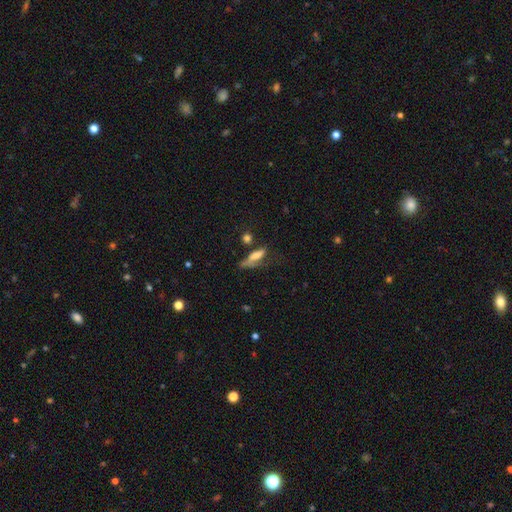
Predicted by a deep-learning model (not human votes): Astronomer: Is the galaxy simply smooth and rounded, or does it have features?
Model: smooth — 64%.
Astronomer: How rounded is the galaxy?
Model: cigar-shaped — 54% (runner-up: in between, 42%).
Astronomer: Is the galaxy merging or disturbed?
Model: none — 33% (runner-up: major disturbance, 30%).